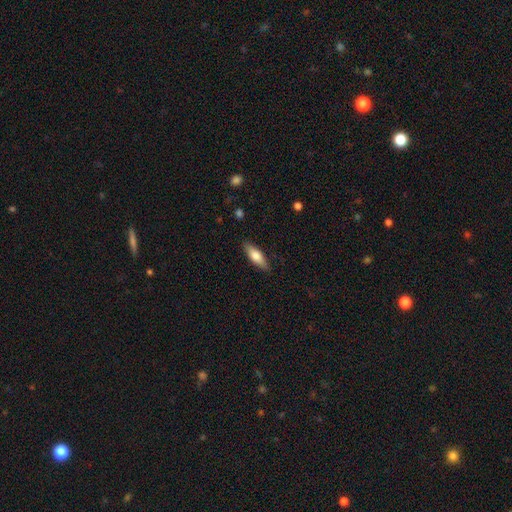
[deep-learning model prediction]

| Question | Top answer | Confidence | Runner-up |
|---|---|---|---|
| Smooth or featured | smooth | 71% | featured or disk (23%) |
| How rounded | in between | 52% | cigar-shaped (46%) |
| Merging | none | 87% | minor disturbance (10%) |